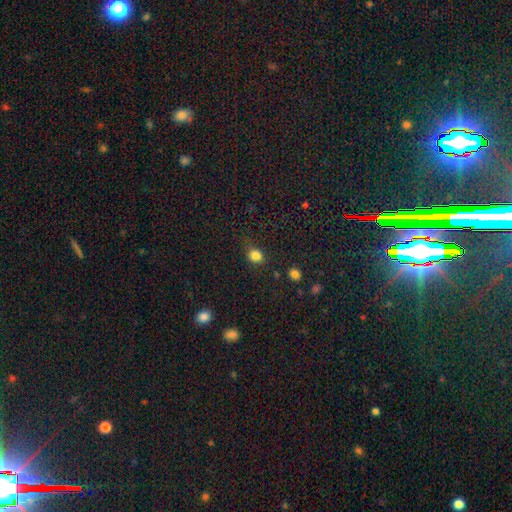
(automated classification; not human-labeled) The model was most divided on "how rounded": round: 70%, in between: 29%, cigar-shaped: 1%. More confident: smooth or featured — smooth (83%); merging — none (77%).